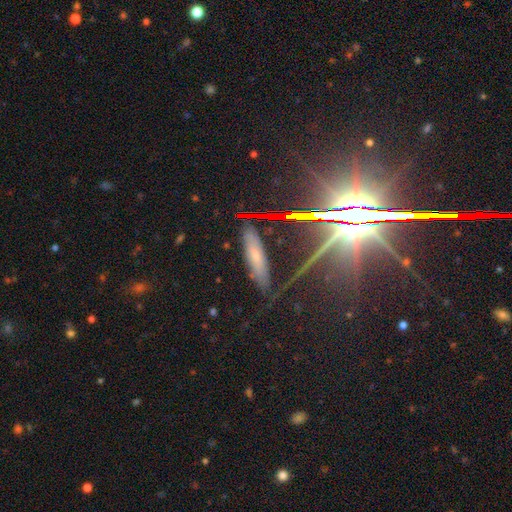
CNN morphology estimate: A smooth galaxy with no disk features (38%). Merging: none (79%).